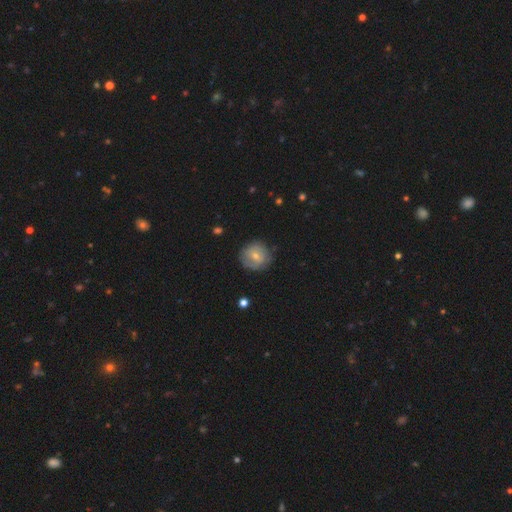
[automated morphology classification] Overall: smooth (55%; featured or disk 38%). How rounded: round (89%). Merging: none (77%).